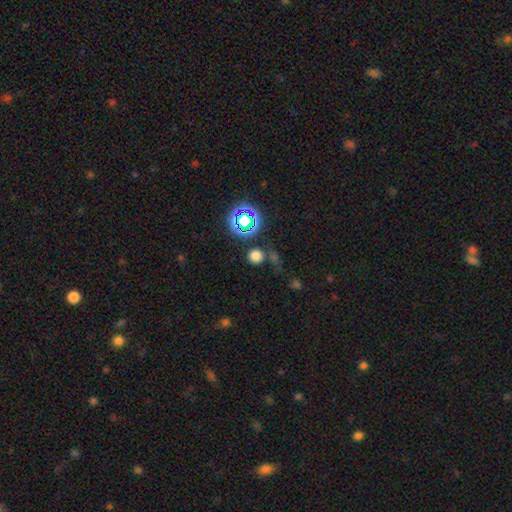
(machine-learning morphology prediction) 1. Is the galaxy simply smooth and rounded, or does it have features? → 68% smooth, 26% star or artifact, 6% featured or disk.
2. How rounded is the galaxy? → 88% round, 11% in between, 1% cigar-shaped.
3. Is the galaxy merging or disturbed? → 75% none, 10% minor disturbance, 10% merger, 6% major disturbance.